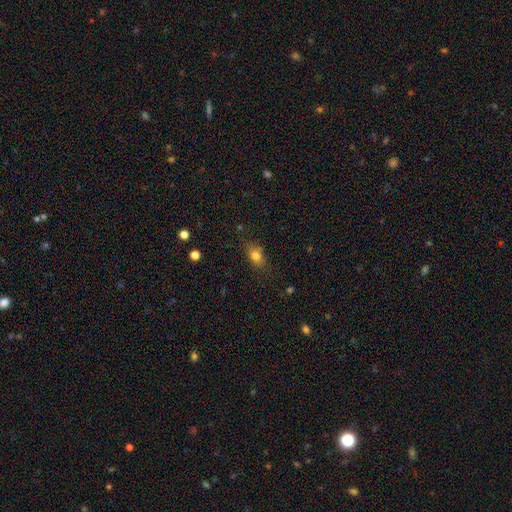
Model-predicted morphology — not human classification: This appears to be a smooth galaxy with no disk features (79%) that is in between round and cigar-shaped (74%). Merging: none (76%).